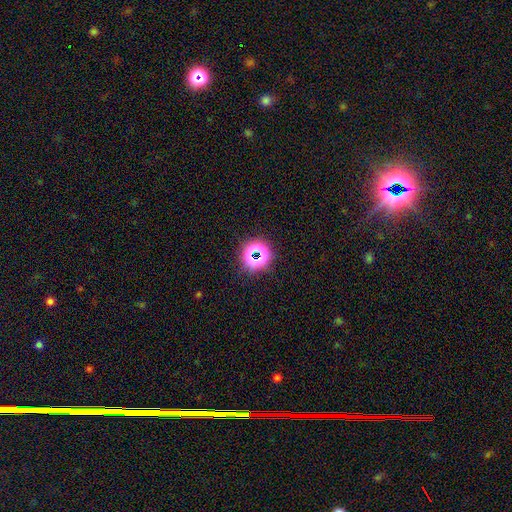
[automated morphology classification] This appears to be a star or artifact, not a galaxy (65%).